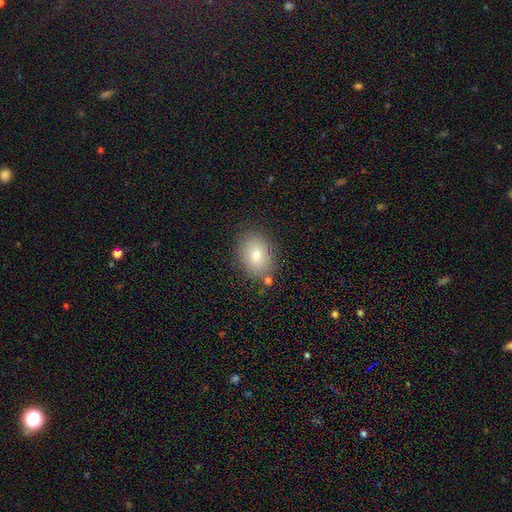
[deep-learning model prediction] Smooth or featured? Predicted: smooth (p=0.77). How rounded? Predicted: in between (p=0.66). Merging? Predicted: none (p=0.82).